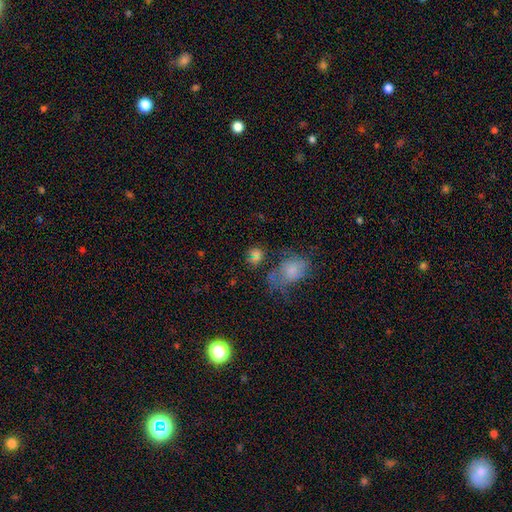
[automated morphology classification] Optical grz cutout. It shows a smooth galaxy with no disk features (62%) that is round (64%). Merging: none (59%).